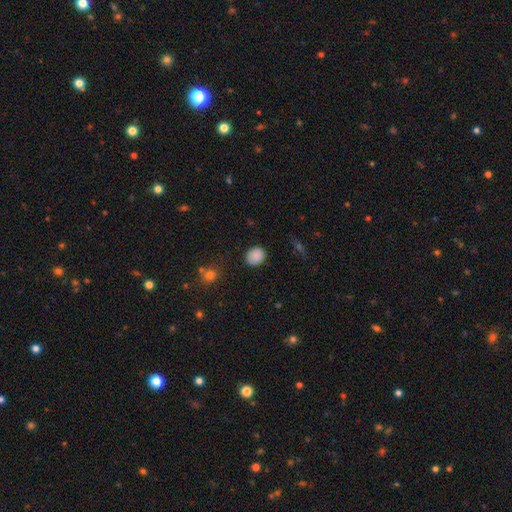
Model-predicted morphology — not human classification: smooth 86%, star or artifact 9%, featured or disk 5%. Down the decision tree: how rounded — round (57%); merging — none (82%).